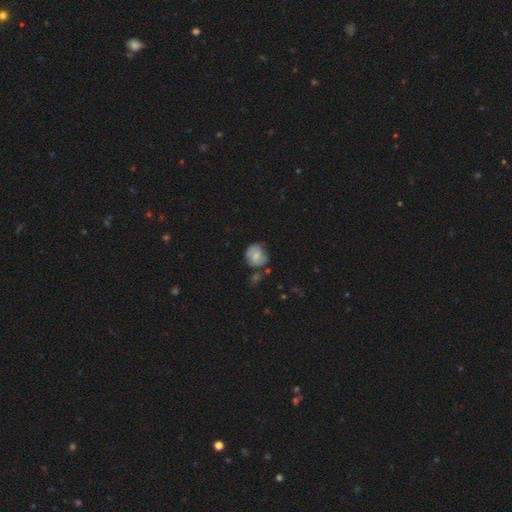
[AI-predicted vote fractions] smooth_or_featured: smooth (p=0.63) [alt: featured or disk p=0.29]
how_rounded: round (p=0.72) [alt: in between p=0.27]
merging: none (p=0.52) [alt: minor disturbance p=0.31]